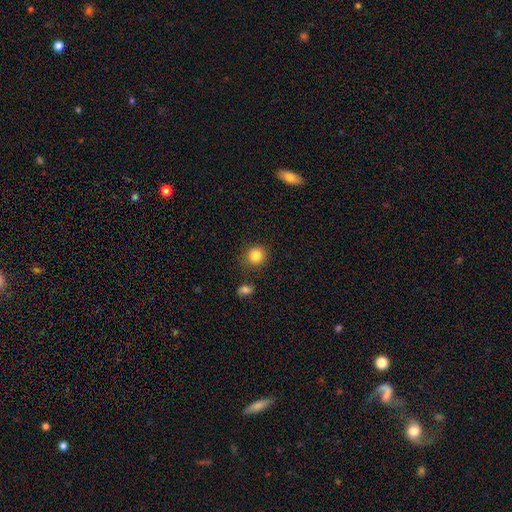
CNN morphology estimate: smooth-or-featured: smooth: 84% | star or artifact: 11% | featured or disk: 5%
  how-rounded: round: 87% | in between: 12% | cigar-shaped: 1%
  merging: none: 83% | minor disturbance: 10% | merger: 4% | major disturbance: 3%